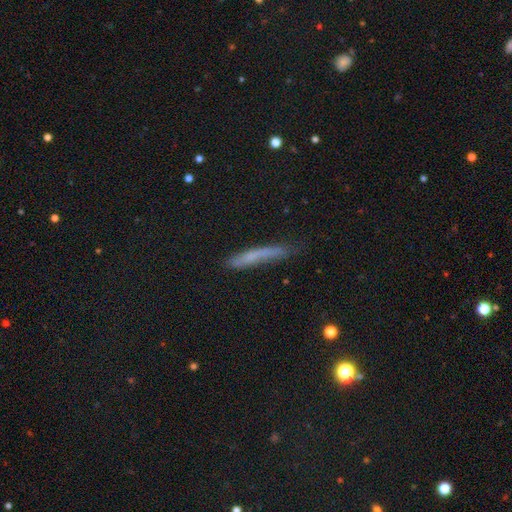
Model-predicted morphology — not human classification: smooth 61%, featured or disk 28%, star or artifact 11%. Down the decision tree: how rounded — cigar-shaped (93%); merging — none (62%).